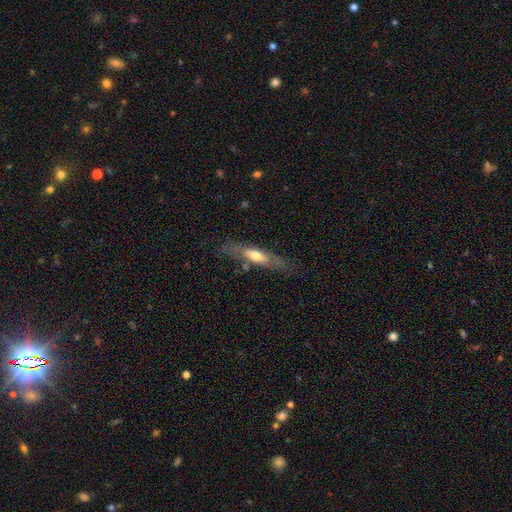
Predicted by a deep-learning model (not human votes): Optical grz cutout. It shows a featured or disk galaxy (49%). Merging: none (76%).